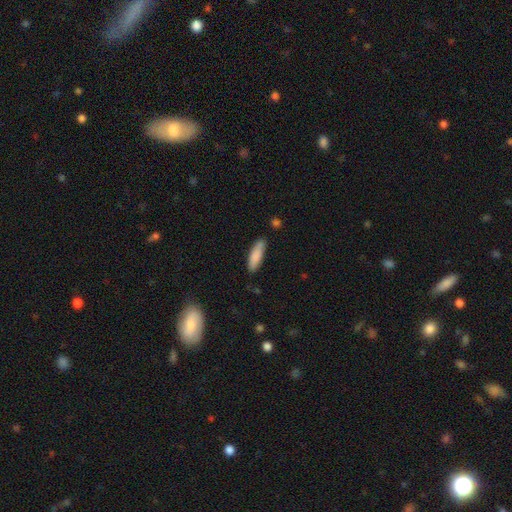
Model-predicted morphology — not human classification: smooth_or_featured: smooth (p=0.85) [alt: featured or disk p=0.09]
how_rounded: cigar-shaped (p=0.58) [alt: in between p=0.41]
merging: none (p=0.80) [alt: minor disturbance p=0.15]